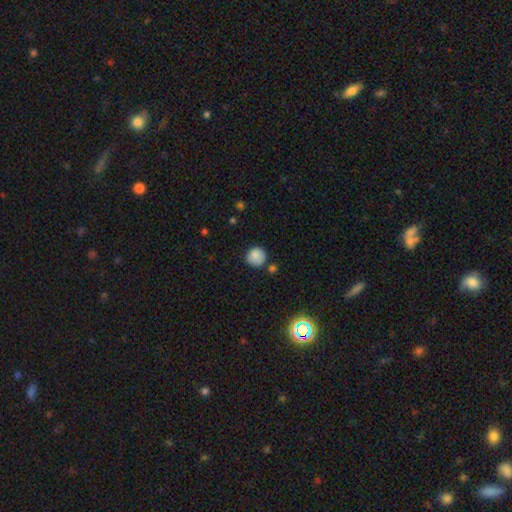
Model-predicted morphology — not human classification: This is clearly a smooth galaxy (84%). How rounded: clearly round (87%). Merging: likely none (70%).